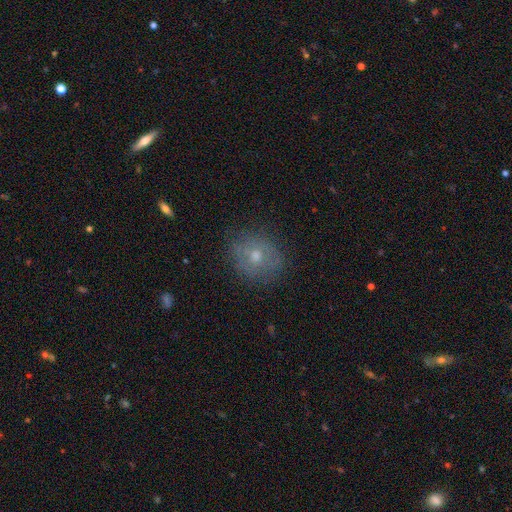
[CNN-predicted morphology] Smooth or featured? Predicted: smooth (p=0.54). How rounded? Predicted: round (p=0.72). Merging? Predicted: none (p=0.76).